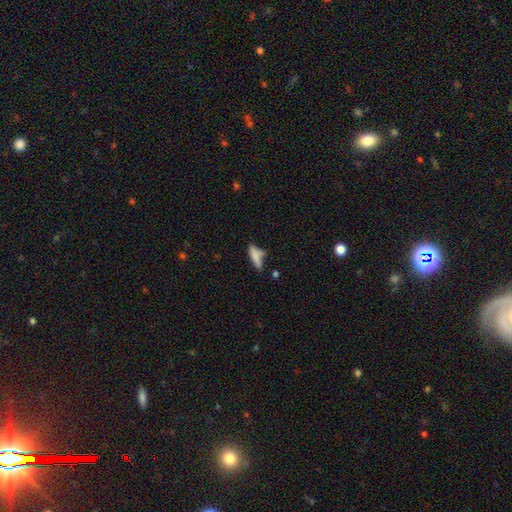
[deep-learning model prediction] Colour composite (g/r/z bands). It shows a smooth galaxy with no disk features (75%) that is cigar-shaped (54%). Merging: none (46%).